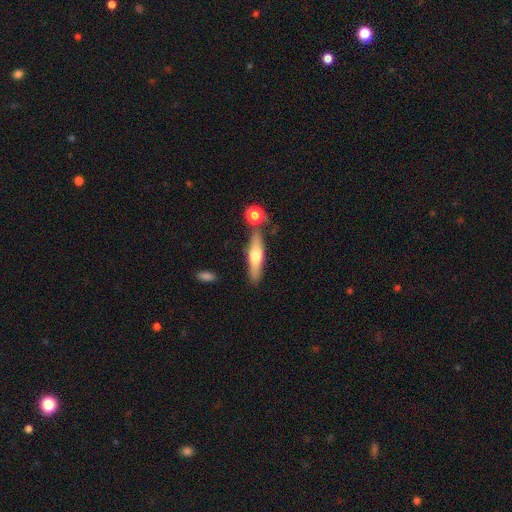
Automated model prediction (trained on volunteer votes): Smooth or featured? smooth (47%, tied with featured or disk)
Merging? none (74%)